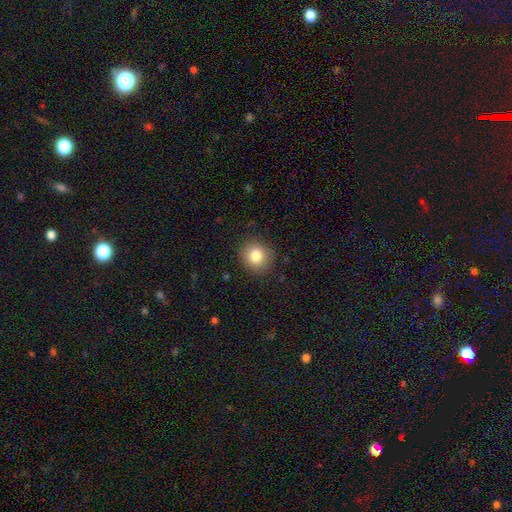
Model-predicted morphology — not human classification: Smooth or featured?
  - smooth: 82% *
  - star or artifact: 10%
  - featured or disk: 8%
How rounded?
  - round: 84% *
  - in between: 15%
  - cigar-shaped: 1%
Merging?
  - none: 88% *
  - minor disturbance: 8%
  - major disturbance: 2%
  - merger: 1%